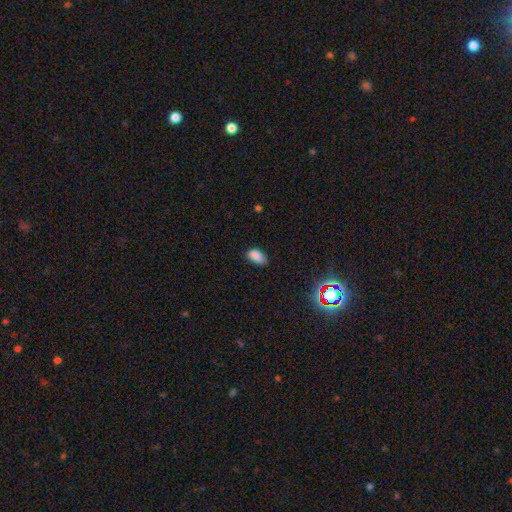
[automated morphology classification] smooth-or-featured: smooth: 86% | star or artifact: 10% | featured or disk: 4%
  how-rounded: in between: 92% | round: 5% | cigar-shaped: 3%
  merging: none: 72% | minor disturbance: 22% | major disturbance: 4% | merger: 1%